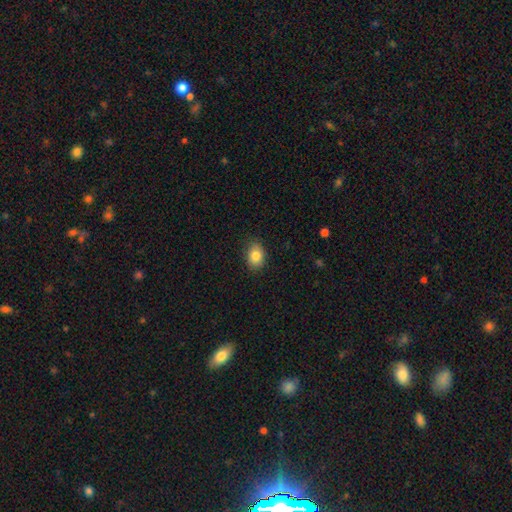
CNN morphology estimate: smooth 84%, star or artifact 9%, featured or disk 8%. Down the decision tree: how rounded — in between (71%); merging — none (85%).